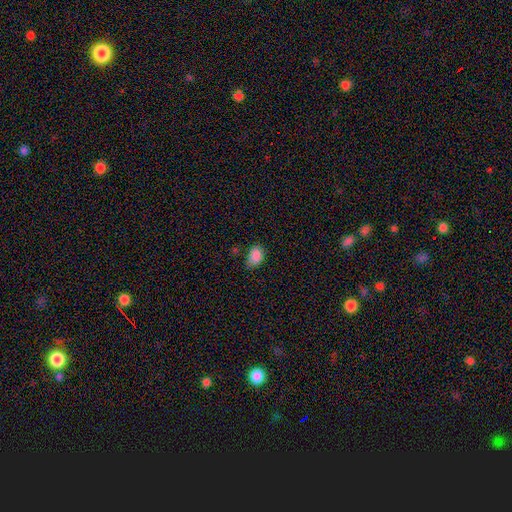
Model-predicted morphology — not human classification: A smooth galaxy with no disk features (87%) that is in between round and cigar-shaped (82%).

Vote fractions:
- Smooth or featured? smooth: 87% / star or artifact: 9% / featured or disk: 4%
- How rounded? in between: 82% / round: 17% / cigar-shaped: 1%
- Merging? none: 61% / minor disturbance: 30% / major disturbance: 6% / merger: 3%